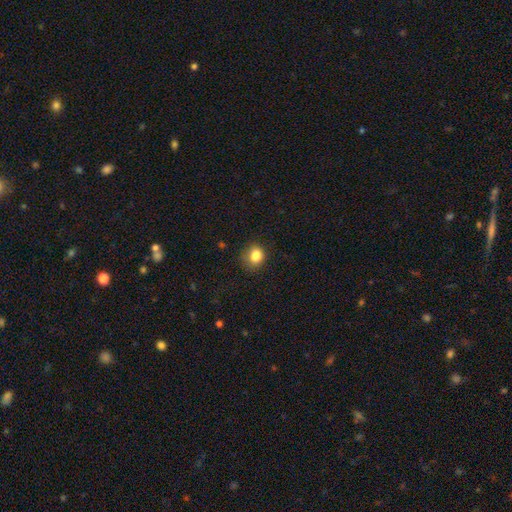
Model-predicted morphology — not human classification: smooth_or_featured: smooth (p=0.84) [alt: star or artifact p=0.11]
how_rounded: round (p=0.59) [alt: in between p=0.40]
merging: none (p=0.69) [alt: minor disturbance p=0.22]